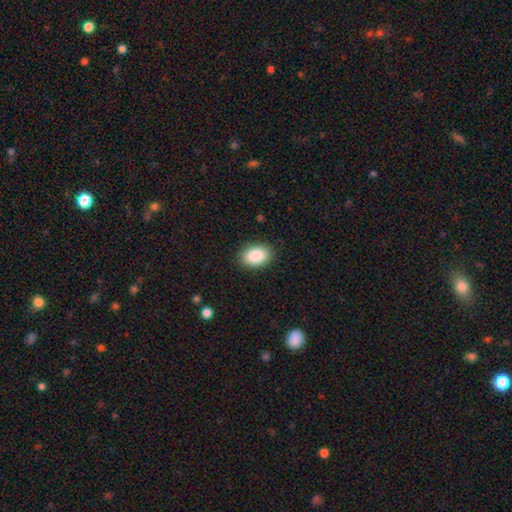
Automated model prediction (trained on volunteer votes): Smooth or featured: smooth — 89% (star or artifact — 7%)
How rounded: in between — 87% (round — 12%)
Merging: none — 88% (minor disturbance — 8%)